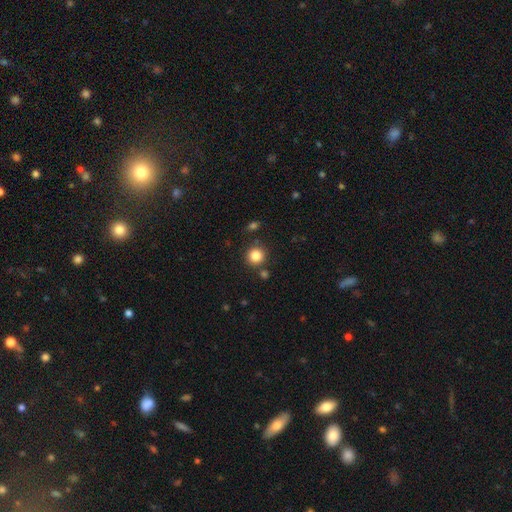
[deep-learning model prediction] Morphology: type=smooth (84%); roundness=round (93%); merging=none (84%).